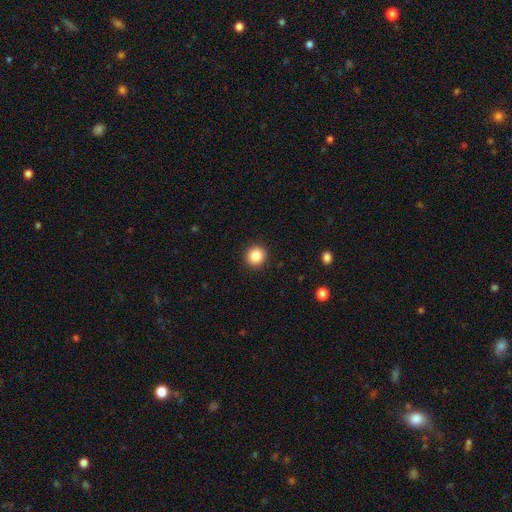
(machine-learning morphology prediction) Smooth or featured? smooth (87%)
How rounded? round (92%)
Merging? none (92%)